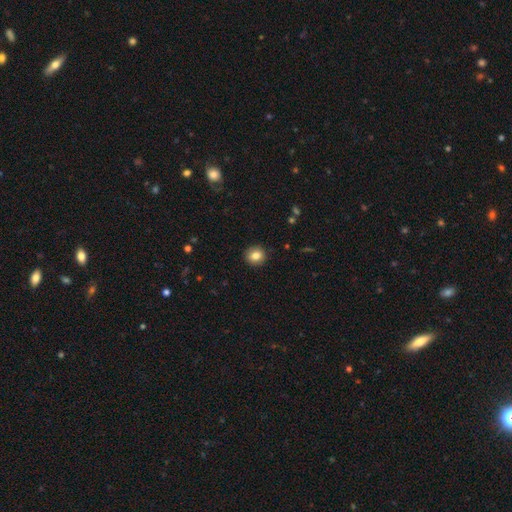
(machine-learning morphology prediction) Smooth or featured? smooth (83%)
How rounded? round (82%)
Merging? none (91%)